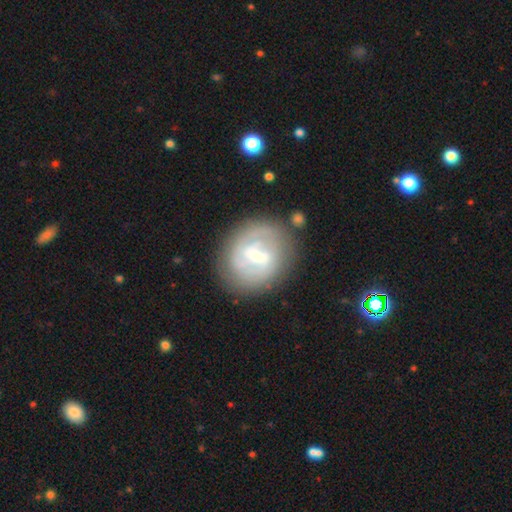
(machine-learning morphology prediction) featured or disk 71%, smooth 22%, star or artifact 7%. Down the decision tree: edge-on disk — no (97%); bar — weak (52%); spiral arms — yes (75%); spiral arm count — 2 (52%); spiral winding — tight (47%); bulge size — small (48%); merging — none (73%).